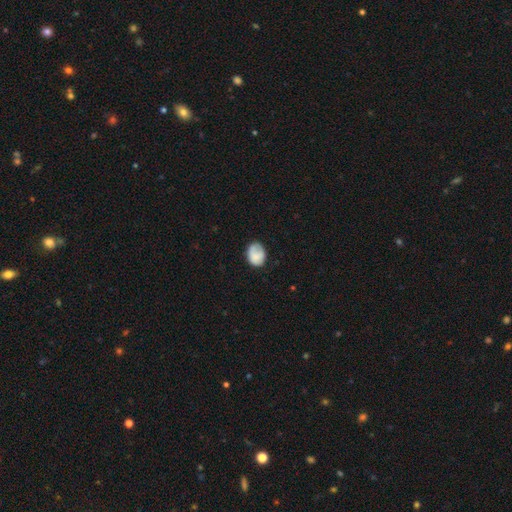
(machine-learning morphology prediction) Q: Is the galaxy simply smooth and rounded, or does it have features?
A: smooth — 79%.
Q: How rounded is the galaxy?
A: in between — 61%.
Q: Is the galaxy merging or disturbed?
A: none — 63%.